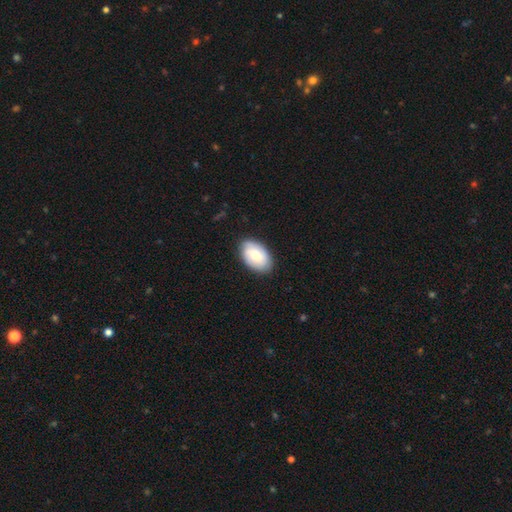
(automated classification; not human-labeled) Smooth or featured? Predicted: smooth (p=0.74). How rounded? Predicted: in between (p=0.92). Merging? Predicted: none (p=0.84).